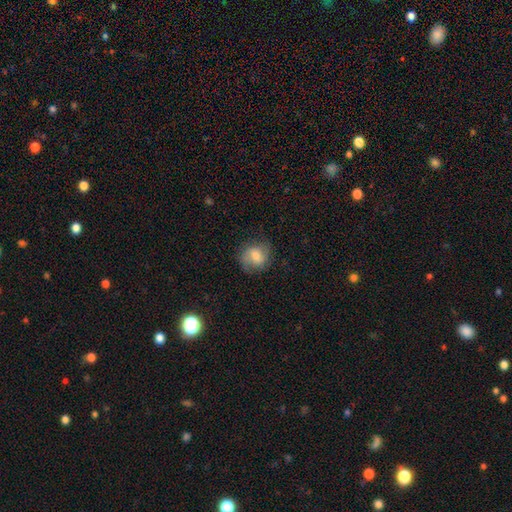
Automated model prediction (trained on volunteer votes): A smooth galaxy with no disk features (64%) that is round (65%).

Vote fractions:
- Smooth or featured? smooth: 64% / featured or disk: 28% / star or artifact: 9%
- How rounded? round: 65% / in between: 33% / cigar-shaped: 1%
- Merging? none: 72% / minor disturbance: 19% / major disturbance: 8% / merger: 1%